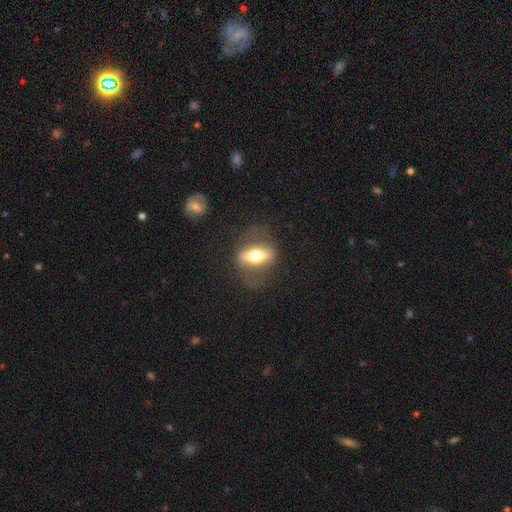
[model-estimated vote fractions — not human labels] Smooth or featured: featured or disk — 51% (smooth — 42%)
Edge-on disk: no — 51% (yes — 49%)
Merging: none — 72% (minor disturbance — 14%)